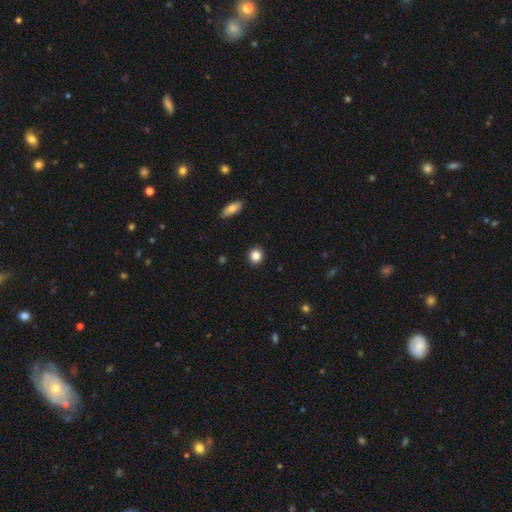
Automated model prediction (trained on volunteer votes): Morphology: type=smooth (85%); roundness=round (88%); merging=none (92%).